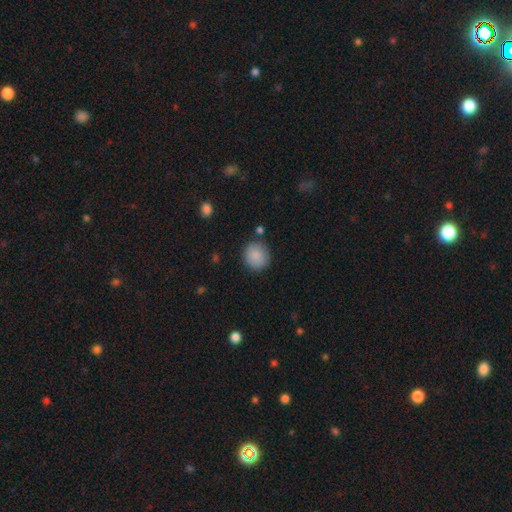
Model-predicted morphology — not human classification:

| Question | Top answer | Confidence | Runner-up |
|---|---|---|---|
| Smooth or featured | smooth | 88% | star or artifact (7%) |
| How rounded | round | 87% | in between (12%) |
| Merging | none | 85% | minor disturbance (10%) |